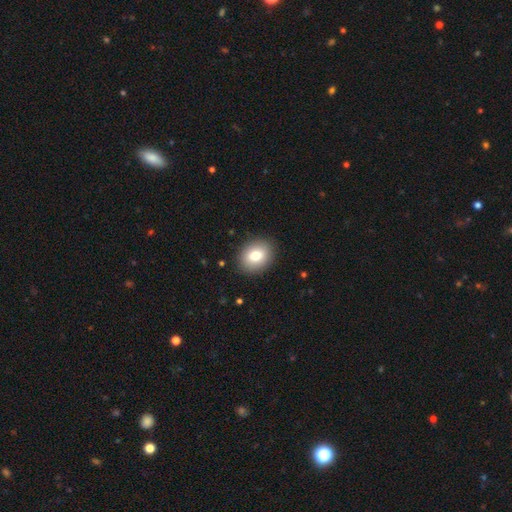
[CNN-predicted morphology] smooth-or-featured: smooth: 79% | featured or disk: 12% | star or artifact: 9%
  how-rounded: in between: 52% | round: 47% | cigar-shaped: 1%
  merging: none: 90% | minor disturbance: 7% | major disturbance: 2% | merger: 1%